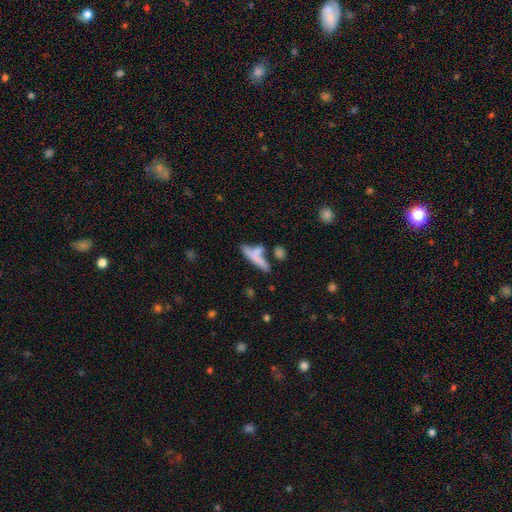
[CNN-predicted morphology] Smooth or featured: smooth — 65% (featured or disk — 26%)
How rounded: cigar-shaped — 76% (in between — 21%)
Merging: none — 42% (merger — 35%)